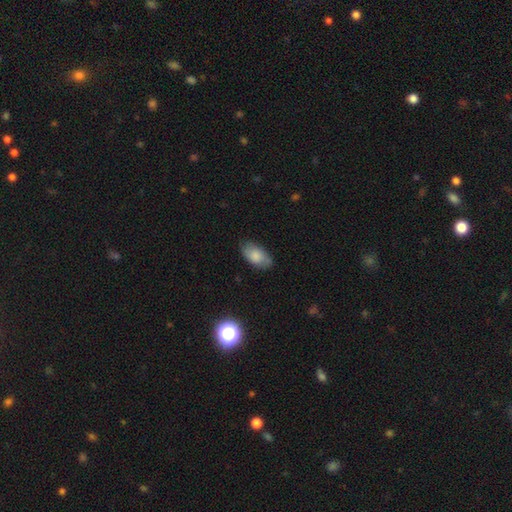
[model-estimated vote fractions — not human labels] Smooth or featured?
  - smooth: 75% *
  - featured or disk: 17%
  - star or artifact: 7%
How rounded?
  - in between: 94% *
  - round: 4%
  - cigar-shaped: 2%
Merging?
  - none: 78% *
  - minor disturbance: 17%
  - major disturbance: 3%
  - merger: 1%